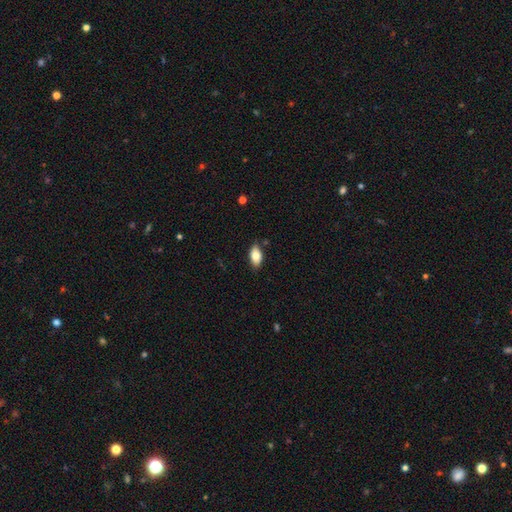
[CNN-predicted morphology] A smooth galaxy with no disk features (82%) that is in between round and cigar-shaped (92%). Merging: none (84%).